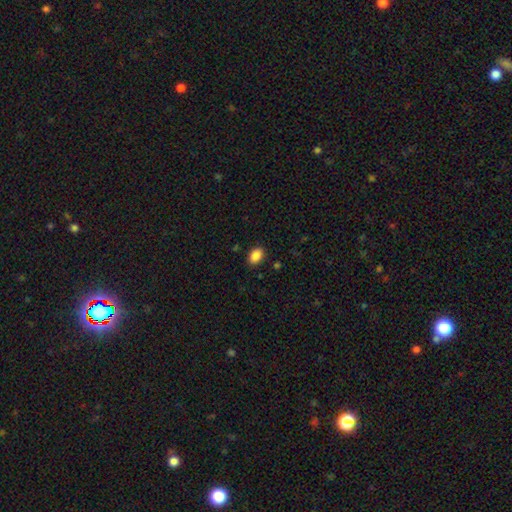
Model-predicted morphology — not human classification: Smooth or featured: smooth — 88% (star or artifact — 8%)
How rounded: in between — 81% (round — 18%)
Merging: none — 88% (minor disturbance — 8%)